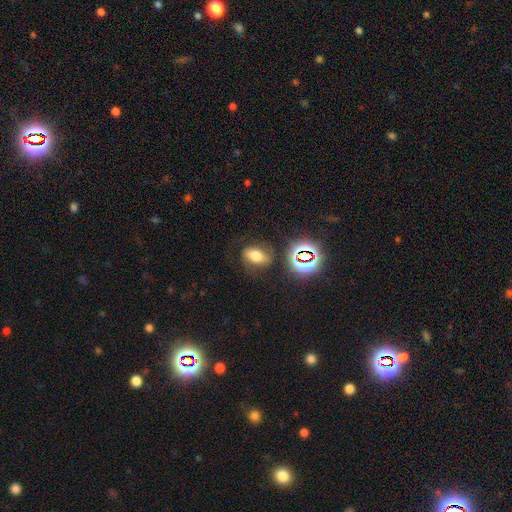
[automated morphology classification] type=smooth (59%); roundness=in between (80%); merging=none (72%).